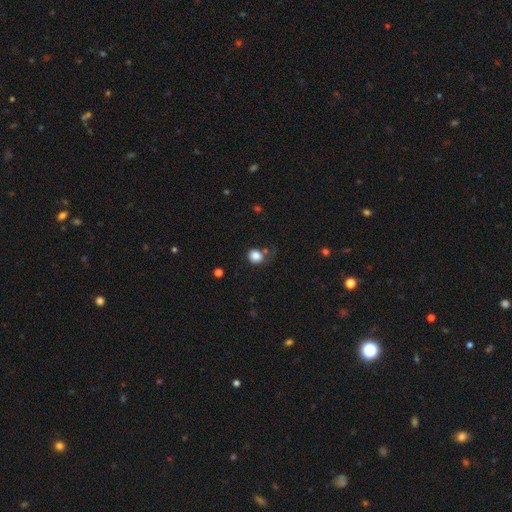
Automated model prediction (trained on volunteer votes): smooth 83%, star or artifact 11%, featured or disk 6%. Down the decision tree: how rounded — round (78%); merging — none (64%).